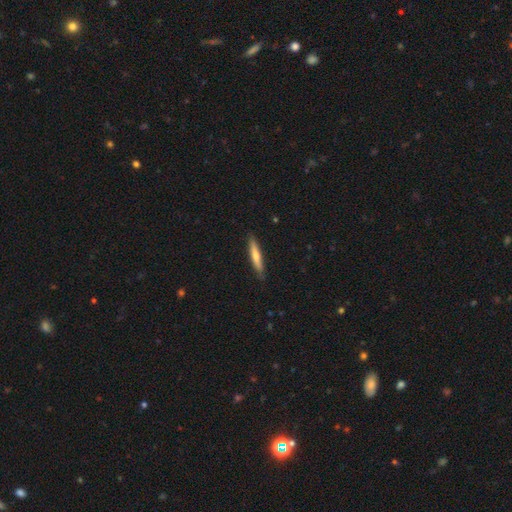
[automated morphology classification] Smooth or featured?
  - smooth: 57% *
  - featured or disk: 37%
  - star or artifact: 6%
How rounded?
  - cigar-shaped: 91% *
  - in between: 7%
  - round: 1%
Merging?
  - none: 88% *
  - minor disturbance: 9%
  - major disturbance: 2%
  - merger: 1%